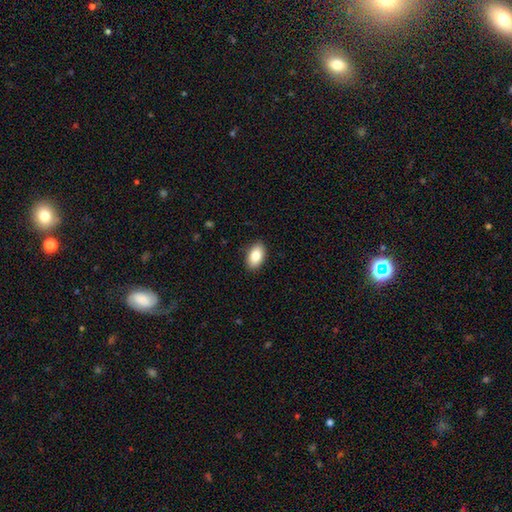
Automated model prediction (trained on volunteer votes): smooth 84%, featured or disk 8%, star or artifact 7%. Down the decision tree: how rounded — in between (92%); merging — none (89%).